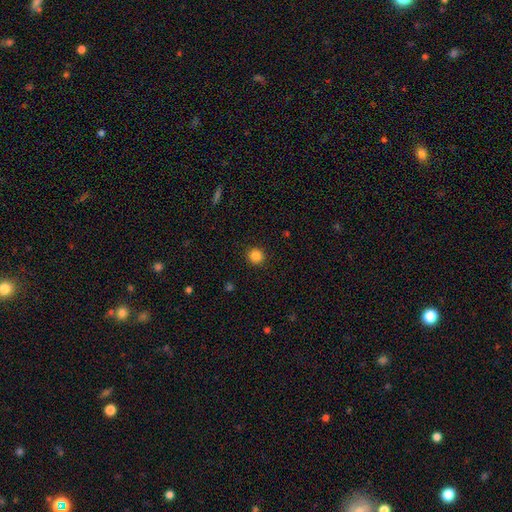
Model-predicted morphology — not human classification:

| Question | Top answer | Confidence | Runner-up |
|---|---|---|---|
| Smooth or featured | smooth | 85% | star or artifact (11%) |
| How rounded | round | 94% | in between (5%) |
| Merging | none | 92% | minor disturbance (5%) |